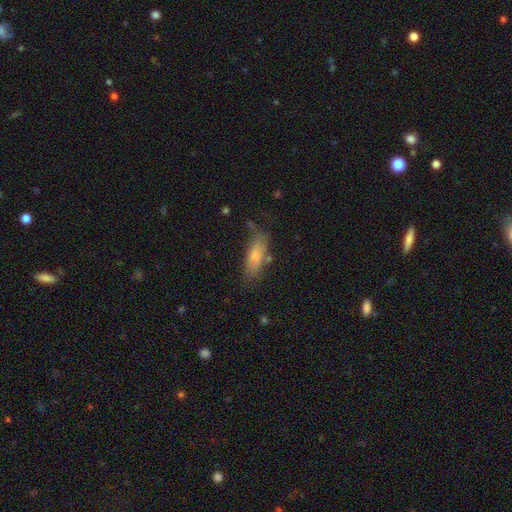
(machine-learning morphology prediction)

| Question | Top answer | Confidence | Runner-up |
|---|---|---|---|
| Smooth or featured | smooth | 77% | featured or disk (16%) |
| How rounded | in between | 65% | cigar-shaped (33%) |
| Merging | none | 63% | minor disturbance (23%) |